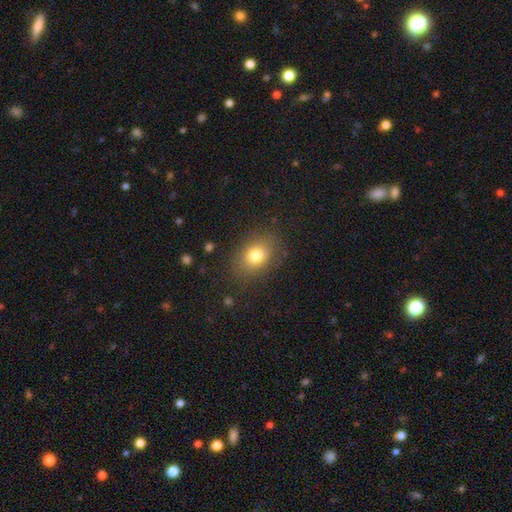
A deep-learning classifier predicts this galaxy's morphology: Smooth or featured? smooth (78%)
How rounded? in between (64%)
Merging? none (83%)